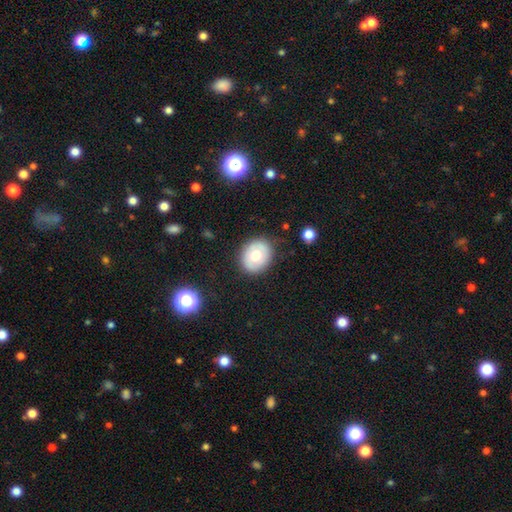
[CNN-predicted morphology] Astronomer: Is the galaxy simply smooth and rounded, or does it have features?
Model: smooth — 60%.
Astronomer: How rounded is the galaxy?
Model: round — 60% (runner-up: in between, 39%).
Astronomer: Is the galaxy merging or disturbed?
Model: none — 83%.